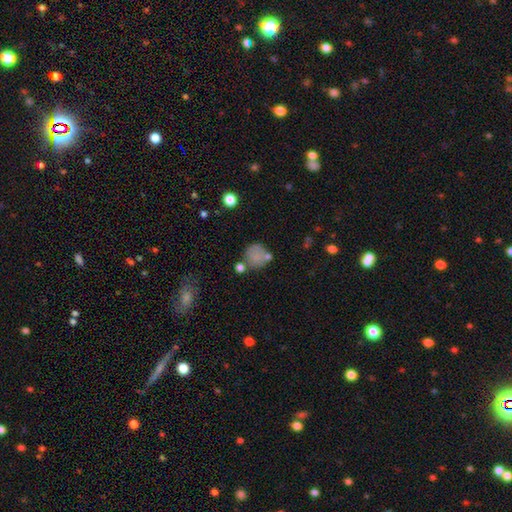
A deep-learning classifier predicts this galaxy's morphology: Overall: smooth (75%). How rounded: round (83%). Merging: none (57%; minor disturbance 19%).